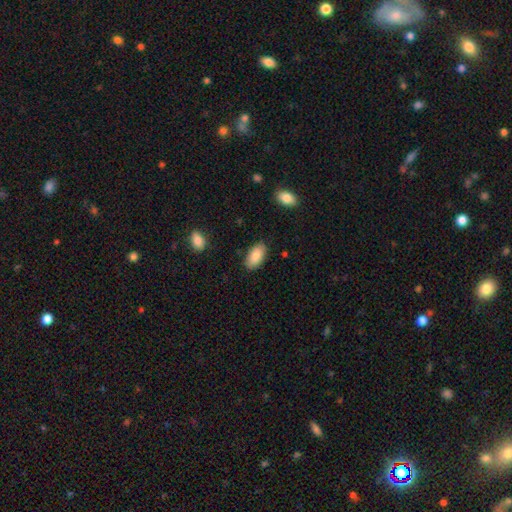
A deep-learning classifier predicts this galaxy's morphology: Smooth or featured: smooth — 87% (featured or disk — 7%)
How rounded: in between — 94% (cigar-shaped — 3%)
Merging: none — 84% (minor disturbance — 12%)